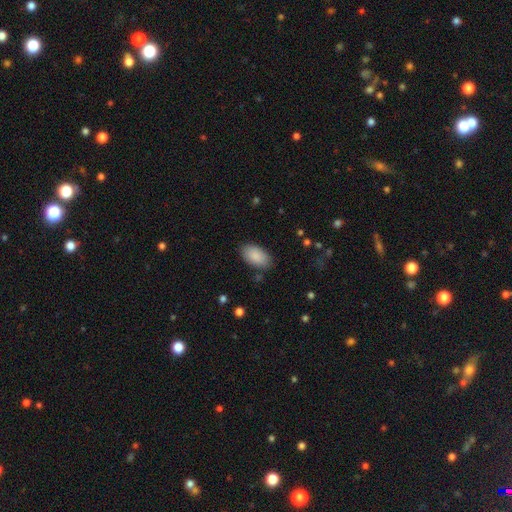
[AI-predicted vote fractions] smooth-or-featured: smooth: 89% | star or artifact: 6% | featured or disk: 4%
  how-rounded: in between: 95% | round: 4% | cigar-shaped: 2%
  merging: none: 84% | minor disturbance: 11% | major disturbance: 3% | merger: 1%